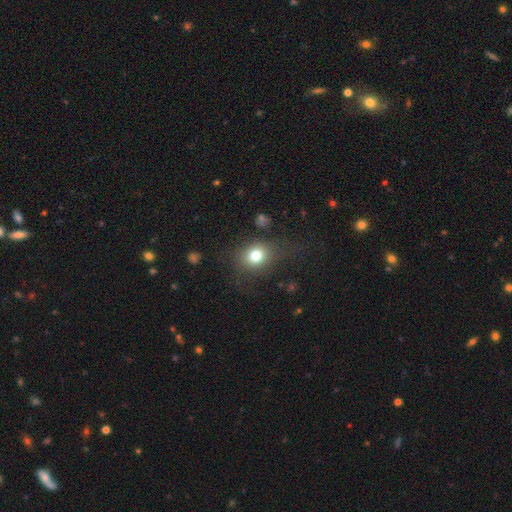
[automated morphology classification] type=smooth (76%); roundness=round (71%); merging=none (71%).